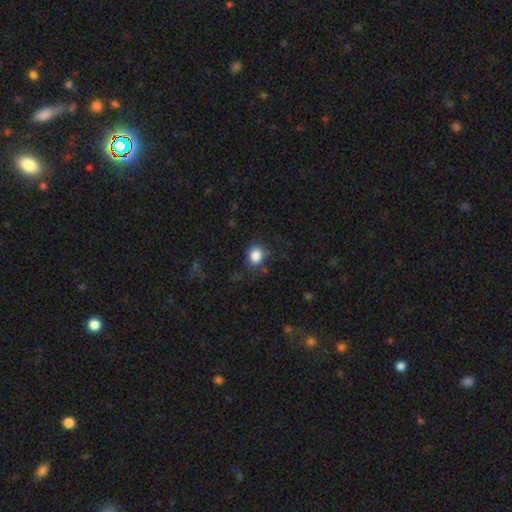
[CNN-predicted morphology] The model was most divided on "how rounded": round: 69%, in between: 30%, cigar-shaped: 1%. More confident: smooth or featured — smooth (85%); merging — none (76%).